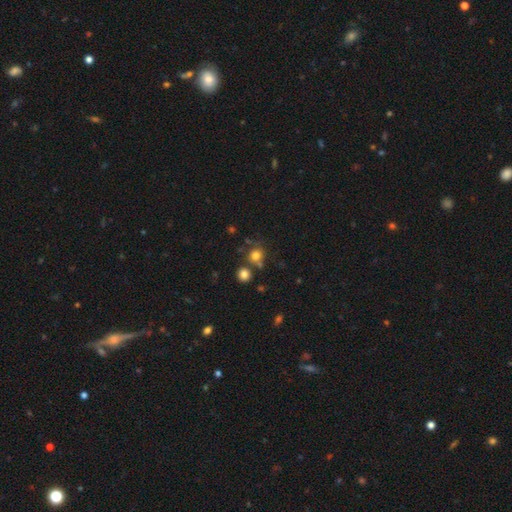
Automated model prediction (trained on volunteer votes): Smooth or featured: smooth — 76% (star or artifact — 15%)
How rounded: round — 86% (in between — 13%)
Merging: none — 64% (merger — 20%)